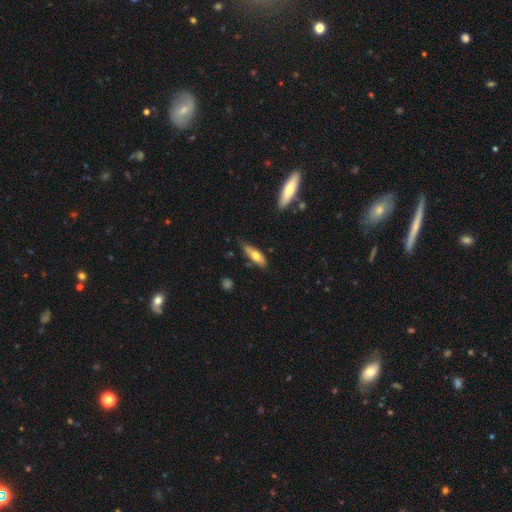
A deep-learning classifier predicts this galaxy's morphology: smooth-or-featured: smooth: 61% | featured or disk: 33% | star or artifact: 6%
  how-rounded: in between: 52% | cigar-shaped: 46% | round: 2%
  merging: none: 59% | minor disturbance: 30% | major disturbance: 7% | merger: 4%